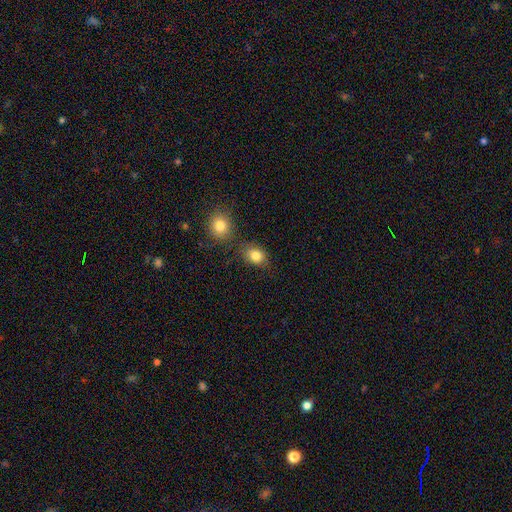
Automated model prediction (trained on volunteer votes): This appears to be a smooth galaxy with no disk features (83%) that is round (52%). Merging: none (71%).